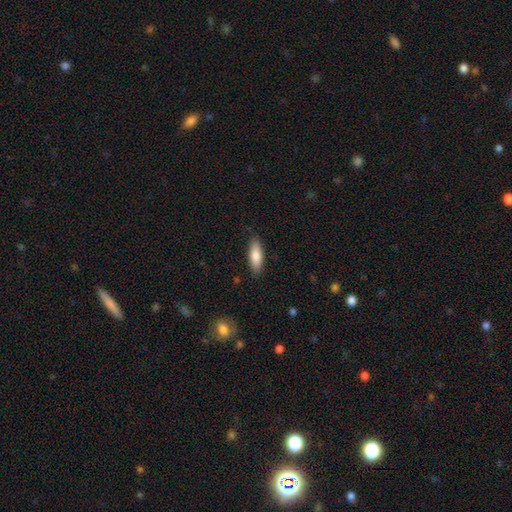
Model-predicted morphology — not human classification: Q: Smooth or featured?
A: smooth (81%); runner-up: featured or disk (13%)
Q: How rounded?
A: in between (62%); runner-up: cigar-shaped (37%)
Q: Merging?
A: none (86%); runner-up: minor disturbance (10%)